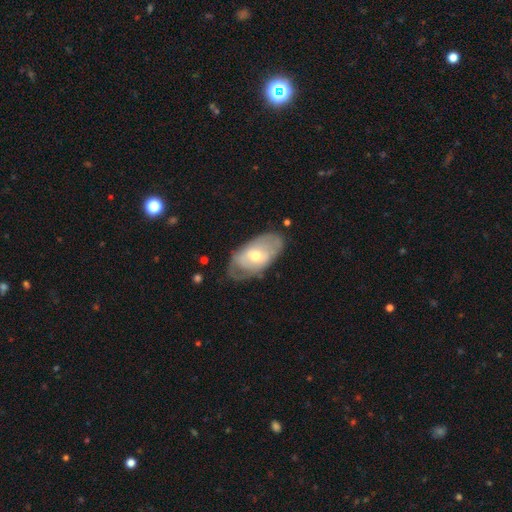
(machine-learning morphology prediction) The model was most divided on "smooth or featured": featured or disk: 53%, smooth: 41%, star or artifact: 6%. More confident: edge-on disk — no (89%); merging — none (62%).